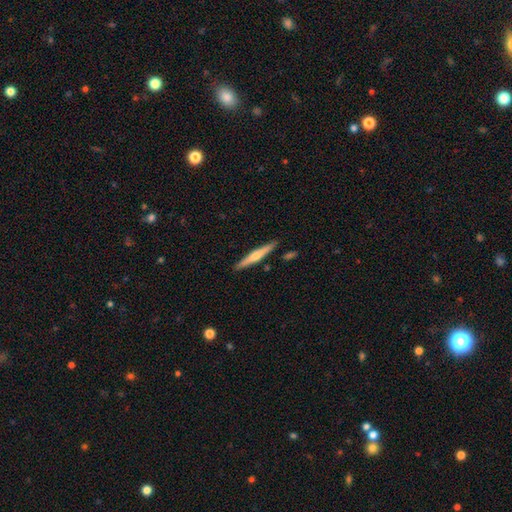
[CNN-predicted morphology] smooth_or_featured: featured or disk (p=0.54) [alt: smooth p=0.41]
disk_edge_on: yes (p=0.97) [alt: no p=0.03]
edge_on_bulge: rounded (p=0.80) [alt: none p=0.14]
merging: none (p=0.88) [alt: minor disturbance p=0.08]